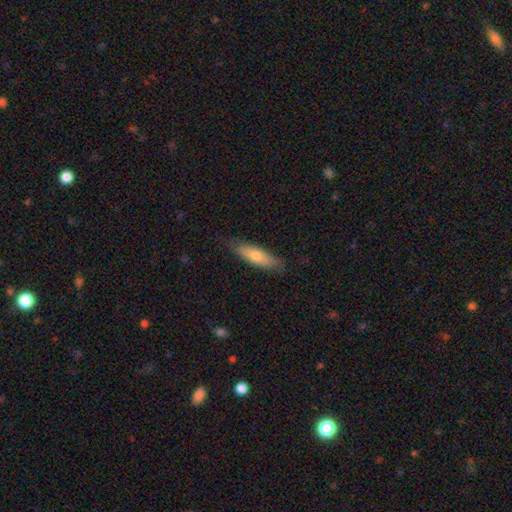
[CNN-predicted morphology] Smooth or featured: smooth — 68% (featured or disk — 26%)
How rounded: cigar-shaped — 56% (in between — 42%)
Merging: none — 82% (minor disturbance — 15%)